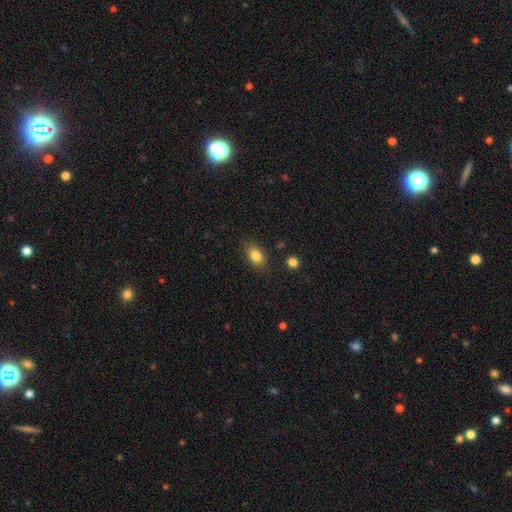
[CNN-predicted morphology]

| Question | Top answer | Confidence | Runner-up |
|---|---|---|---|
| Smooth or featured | smooth | 84% | star or artifact (9%) |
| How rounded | in between | 84% | round (14%) |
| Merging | none | 82% | minor disturbance (13%) |